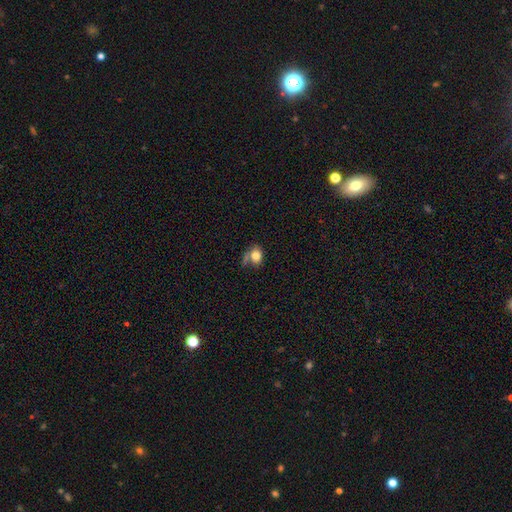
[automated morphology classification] This is likely a smooth galaxy (78%). How rounded: possibly in between (58%). Merging: possibly none (47%).